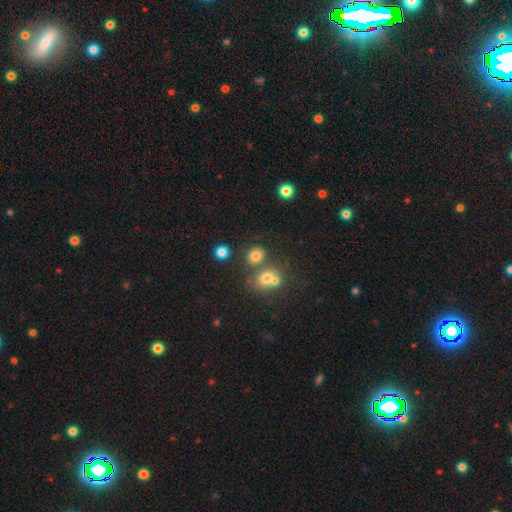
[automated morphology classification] The model was most divided on "merging": none: 63%, merger: 21%, minor disturbance: 11%, major disturbance: 5%. More confident: smooth or featured — smooth (74%); how rounded — round (71%).